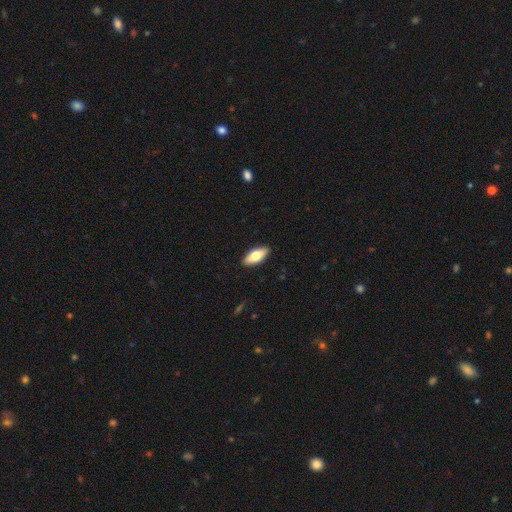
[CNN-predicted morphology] This is likely a smooth galaxy (72%). How rounded: clearly in between (82%). Merging: clearly none (90%).